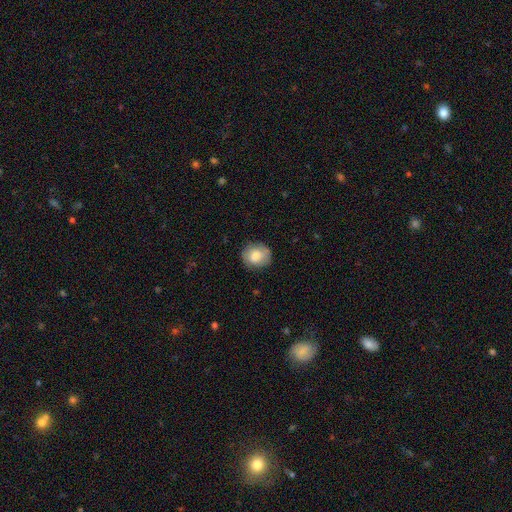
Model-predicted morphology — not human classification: Smooth or featured: smooth — 78% (featured or disk — 15%)
How rounded: round — 80% (in between — 19%)
Merging: none — 81% (minor disturbance — 15%)